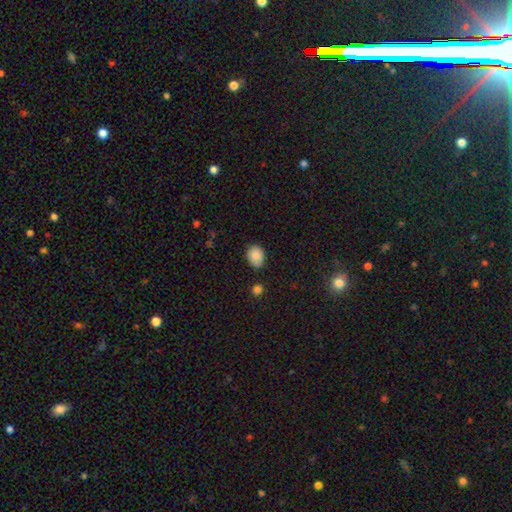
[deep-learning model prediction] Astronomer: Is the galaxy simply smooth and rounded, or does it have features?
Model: smooth — 86%.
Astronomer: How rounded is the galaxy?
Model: in between — 58% (runner-up: round, 41%).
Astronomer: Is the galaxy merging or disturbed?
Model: none — 73%.